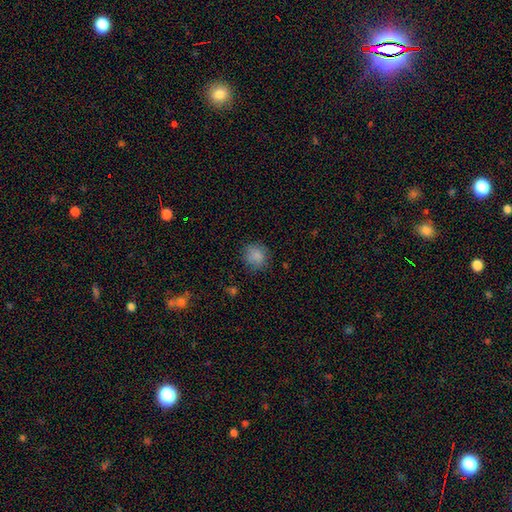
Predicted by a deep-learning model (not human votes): The model was most divided on "merging": none: 82%, minor disturbance: 13%, major disturbance: 4%, merger: 1%. More confident: how rounded — round (87%); smooth or featured — smooth (84%).